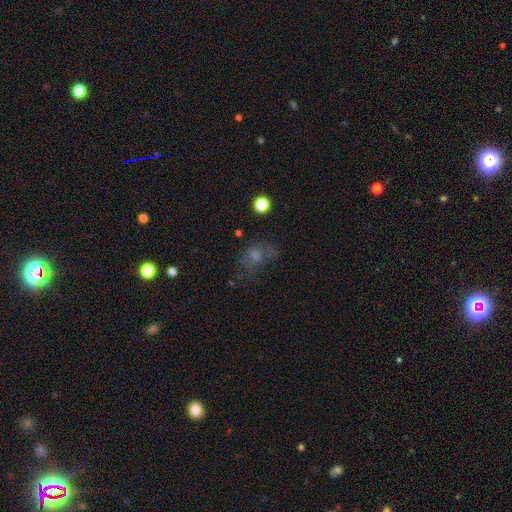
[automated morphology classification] Smooth or featured? Predicted: smooth (p=0.53). How rounded? Predicted: in between (p=0.69). Merging? Predicted: none (p=0.47).